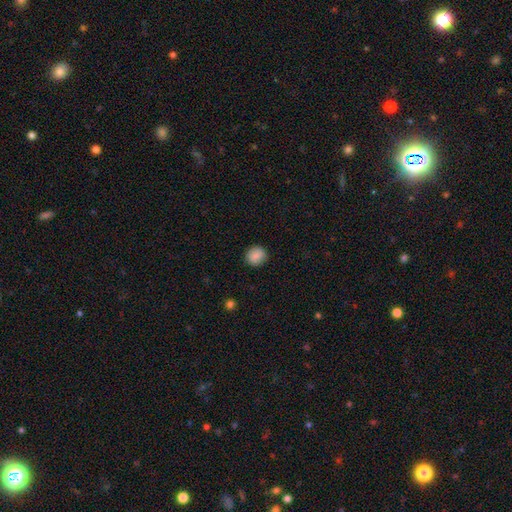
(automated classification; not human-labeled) smooth 86%, star or artifact 8%, featured or disk 6%. Down the decision tree: how rounded — round (85%); merging — none (89%).